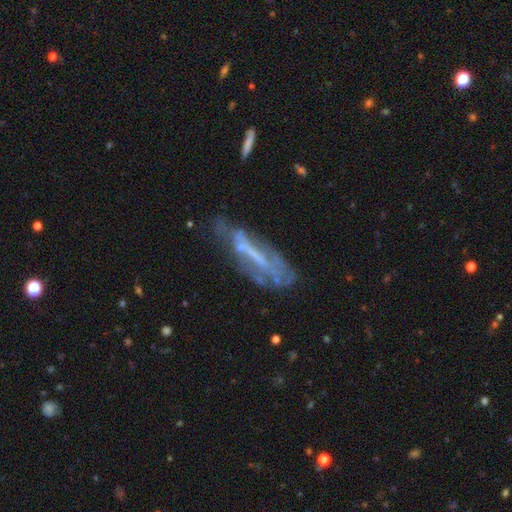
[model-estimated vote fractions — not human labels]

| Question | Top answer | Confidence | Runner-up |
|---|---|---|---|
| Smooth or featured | featured or disk | 62% | smooth (27%) |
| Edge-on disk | no | 64% | yes (36%) |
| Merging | none | 46% | minor disturbance (28%) |